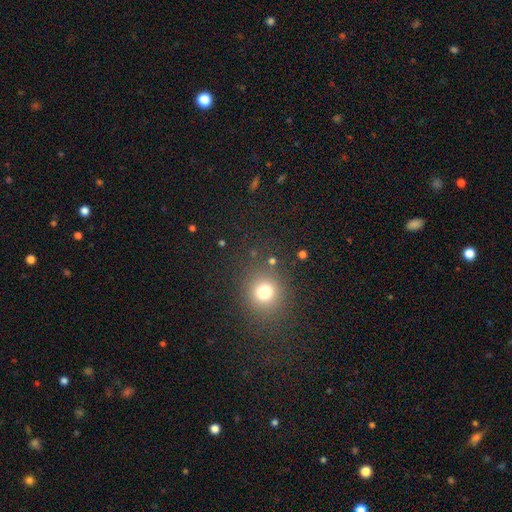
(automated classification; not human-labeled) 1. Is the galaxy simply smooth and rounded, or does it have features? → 64% smooth, 28% star or artifact, 8% featured or disk.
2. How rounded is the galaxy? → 80% round, 19% in between, 1% cigar-shaped.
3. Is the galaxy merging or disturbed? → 87% none, 8% minor disturbance, 3% major disturbance, 2% merger.